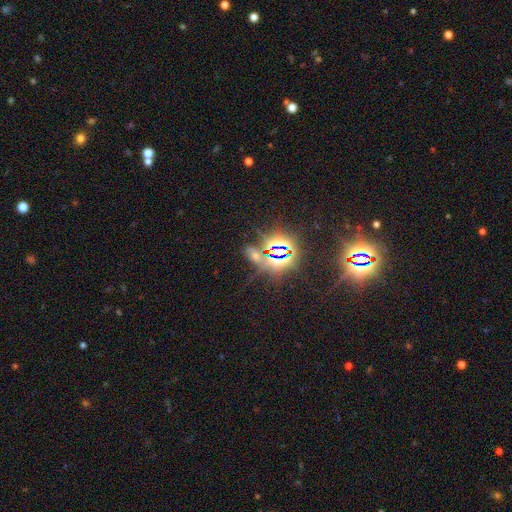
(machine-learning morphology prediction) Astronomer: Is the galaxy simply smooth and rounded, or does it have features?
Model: star or artifact — 66%.